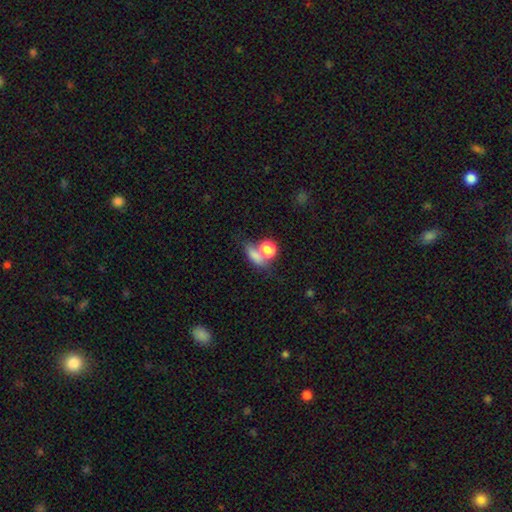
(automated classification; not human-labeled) This is likely a smooth galaxy (76%). How rounded: possibly in between (46%). Merging: marginally none (43%).